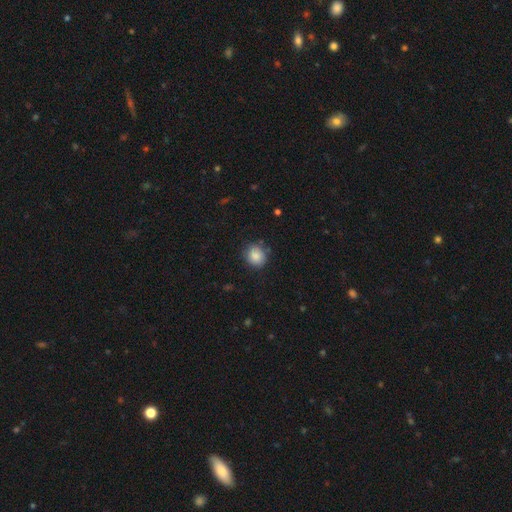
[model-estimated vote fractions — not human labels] A smooth galaxy with no disk features (86%) that is round (78%). Merging: none (81%).